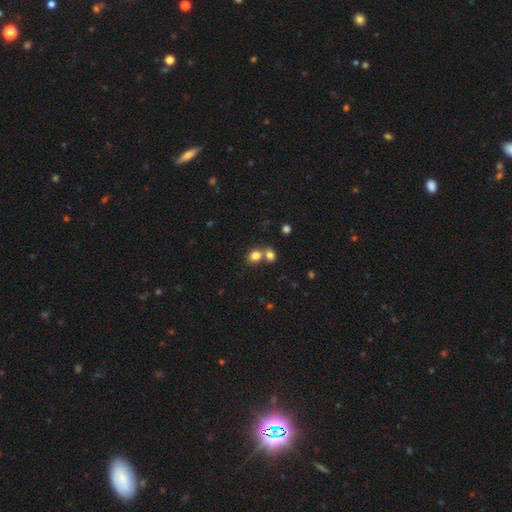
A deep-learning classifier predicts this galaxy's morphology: type=smooth (81%); roundness=round (59%); merging=merger (47%).